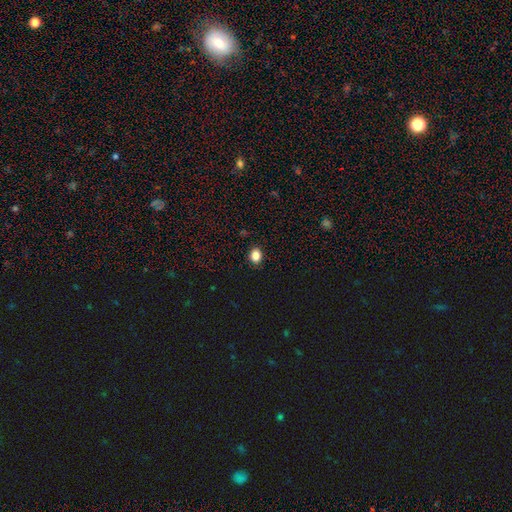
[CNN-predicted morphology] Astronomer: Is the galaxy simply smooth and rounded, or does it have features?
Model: smooth — 86%.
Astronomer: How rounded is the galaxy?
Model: round — 51% (runner-up: in between, 48%).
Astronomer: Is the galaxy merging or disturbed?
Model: none — 90%.